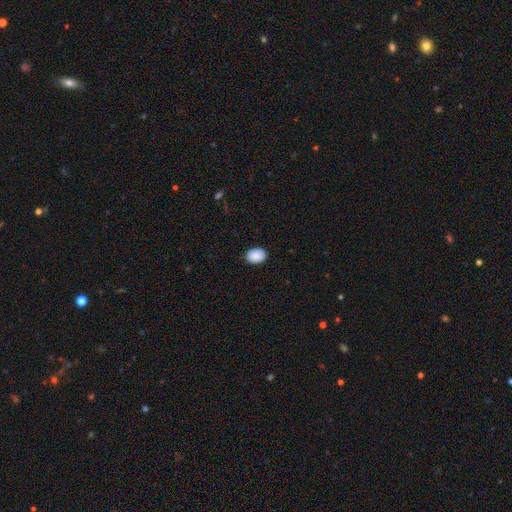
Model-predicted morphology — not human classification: Smooth or featured? Predicted: smooth (p=0.90). How rounded? Predicted: in between (p=0.72). Merging? Predicted: none (p=0.89).